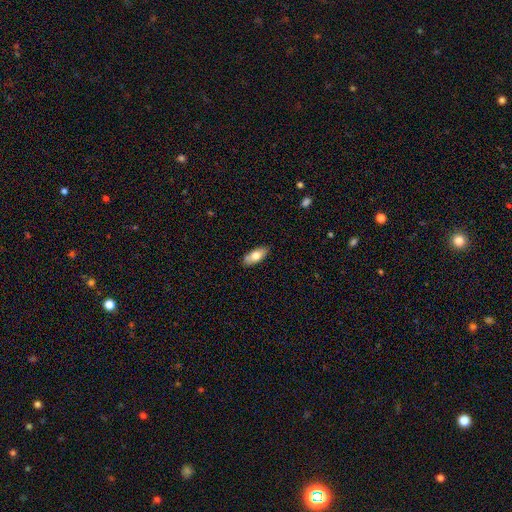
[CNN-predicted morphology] A smooth galaxy with no disk features (72%) that is in between round and cigar-shaped (81%). Merging: none (83%).